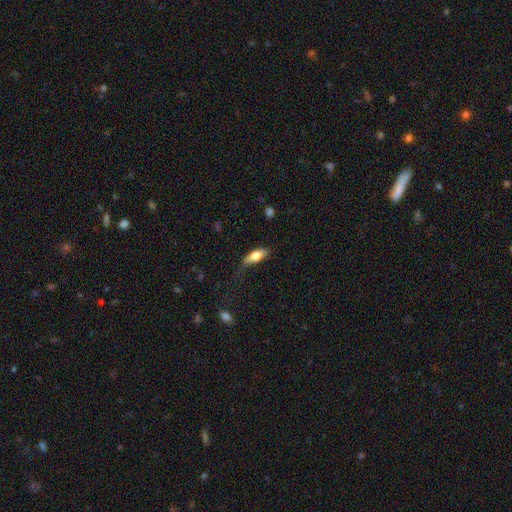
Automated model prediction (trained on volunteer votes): A smooth galaxy with no disk features (73%) that is in between round and cigar-shaped (65%). Merging: none (48%).